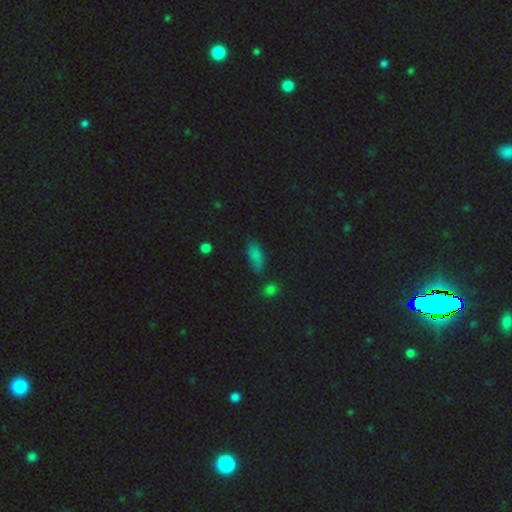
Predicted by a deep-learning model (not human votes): smooth 76%, star or artifact 18%, featured or disk 7%. Down the decision tree: how rounded — in between (79%); merging — none (68%).